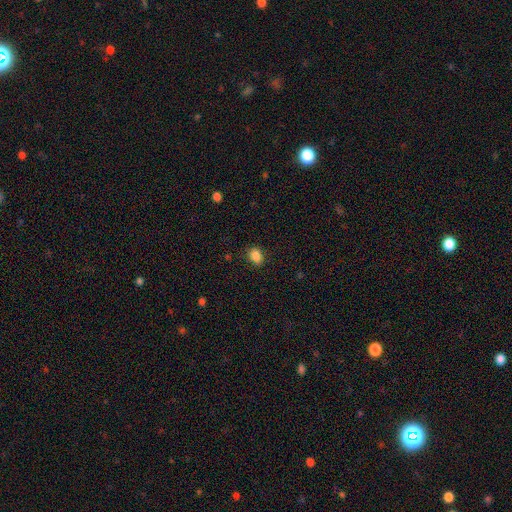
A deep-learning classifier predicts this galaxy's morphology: smooth_or_featured: smooth (p=0.86) [alt: star or artifact p=0.10]
how_rounded: in between (p=0.71) [alt: round p=0.28]
merging: none (p=0.84) [alt: minor disturbance p=0.12]